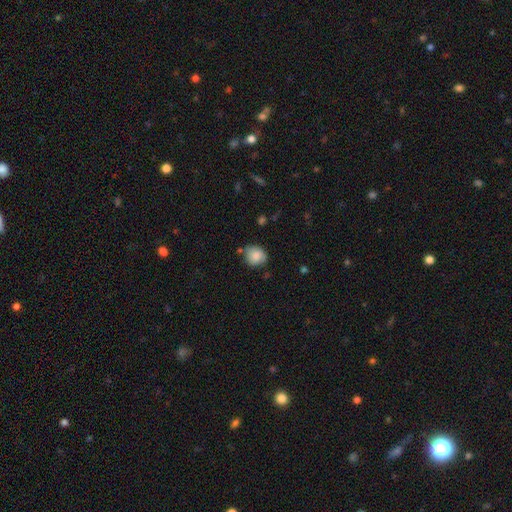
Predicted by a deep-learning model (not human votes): smooth-or-featured: smooth: 79% | featured or disk: 13% | star or artifact: 8%
  how-rounded: round: 76% | in between: 23% | cigar-shaped: 1%
  merging: none: 66% | minor disturbance: 24% | major disturbance: 5% | merger: 5%